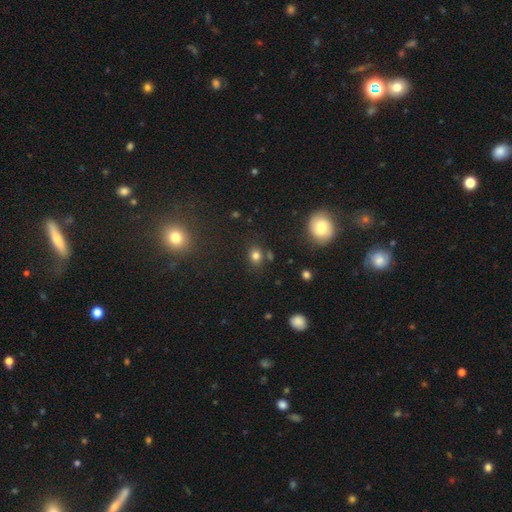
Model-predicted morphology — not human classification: type=smooth (77%); roundness=round (60%); merging=none (78%).